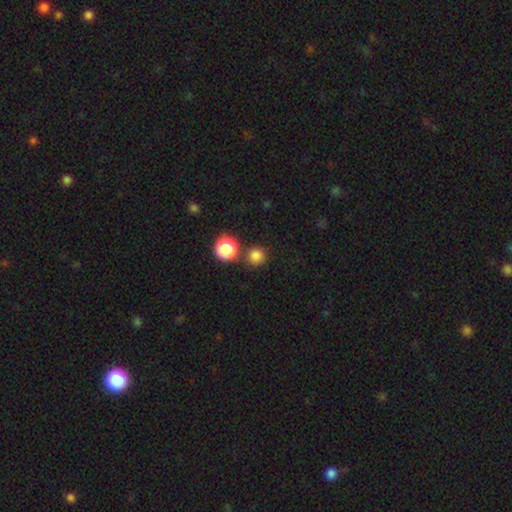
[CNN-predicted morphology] Overall: smooth (82%). How rounded: round (92%). Merging: none (72%).